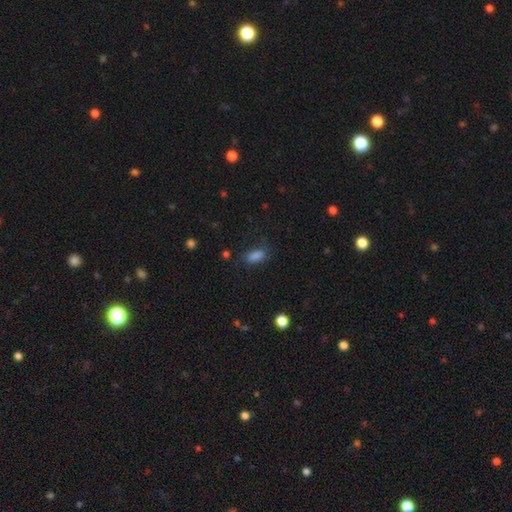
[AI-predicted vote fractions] Smooth or featured? smooth (83%)
How rounded? in between (83%)
Merging? none (71%)